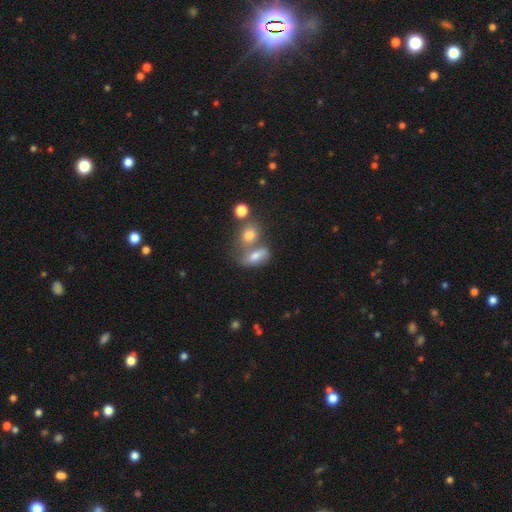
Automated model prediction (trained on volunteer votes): This appears to be a smooth galaxy with no disk features (70%) that is in between round and cigar-shaped (76%). Merging: merger (47%).